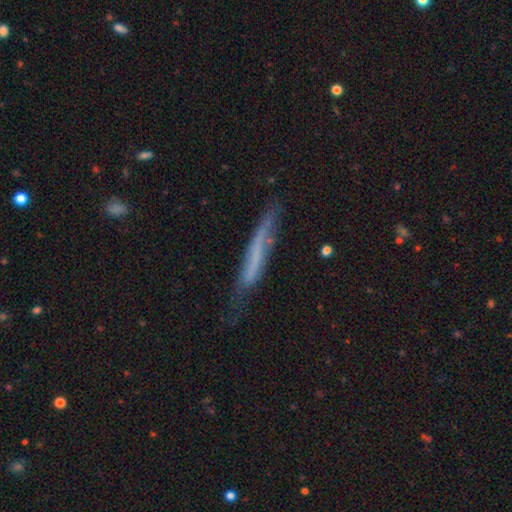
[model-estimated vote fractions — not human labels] smooth_or_featured: featured or disk (p=0.48) [alt: smooth p=0.43]
merging: none (p=0.59) [alt: minor disturbance p=0.29]